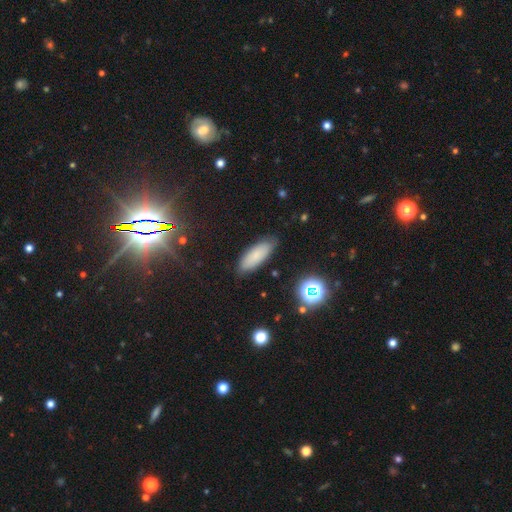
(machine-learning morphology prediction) smooth 79%, featured or disk 11%, star or artifact 10%. Down the decision tree: how rounded — in between (66%); merging — none (84%).